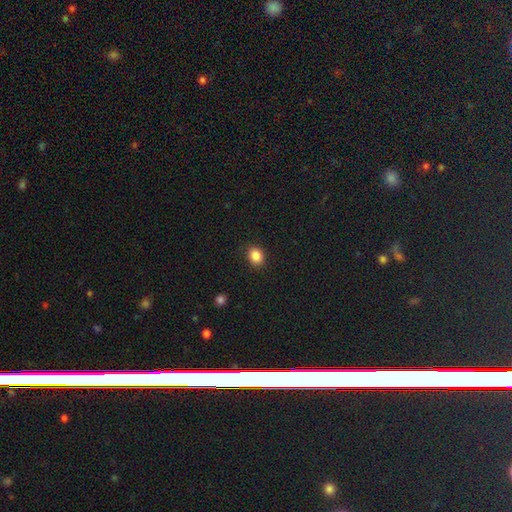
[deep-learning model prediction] Smooth or featured: smooth — 87% (star or artifact — 10%)
How rounded: round — 50% (in between — 49%)
Merging: none — 88% (minor disturbance — 8%)